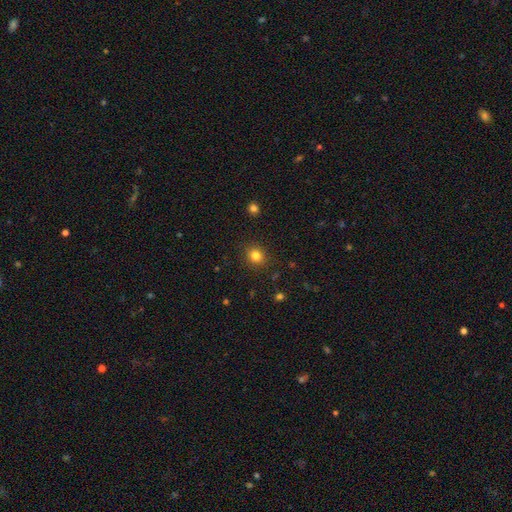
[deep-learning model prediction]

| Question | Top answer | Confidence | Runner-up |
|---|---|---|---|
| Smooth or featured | smooth | 83% | star or artifact (12%) |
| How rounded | round | 77% | in between (22%) |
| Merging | none | 89% | minor disturbance (7%) |